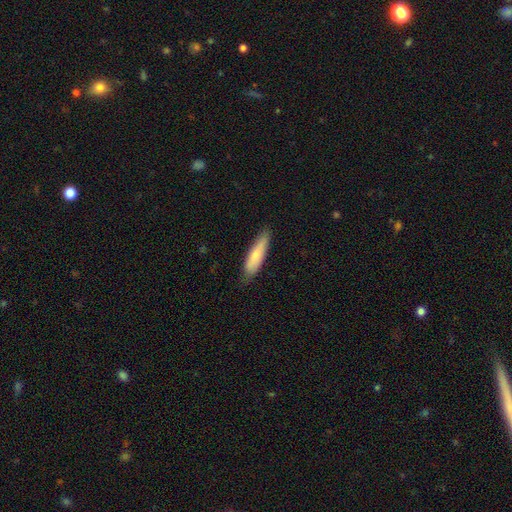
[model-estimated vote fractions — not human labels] Overall: smooth (74%). How rounded: cigar-shaped (66%; in between 33%). Merging: none (78%).